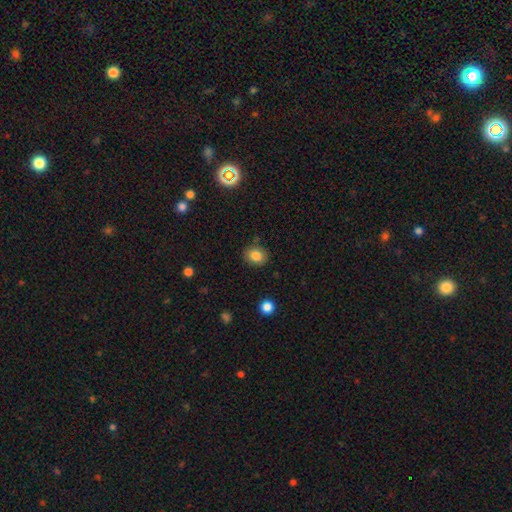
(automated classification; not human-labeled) Smooth or featured? smooth (83%)
How rounded? round (63%)
Merging? none (84%)